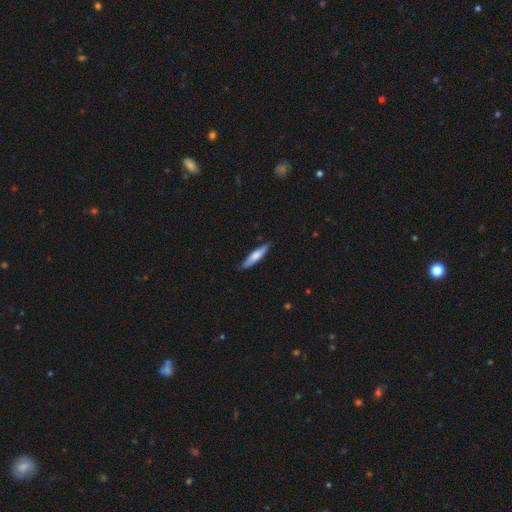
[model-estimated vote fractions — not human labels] smooth 63%, featured or disk 31%, star or artifact 5%. Down the decision tree: how rounded — cigar-shaped (83%); merging — none (86%).